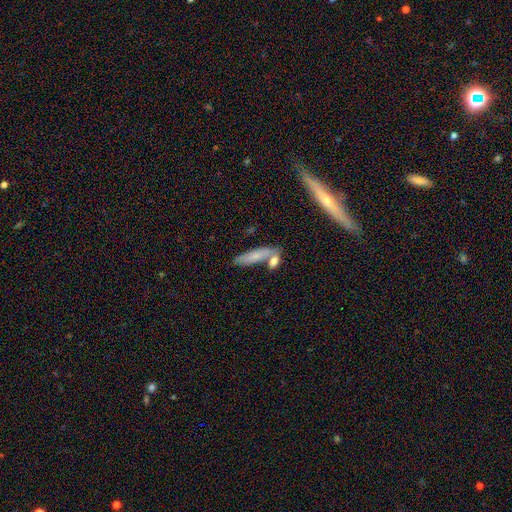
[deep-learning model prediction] A smooth galaxy with no disk features (68%) that is cigar-shaped (66%). Merging: none (57%).